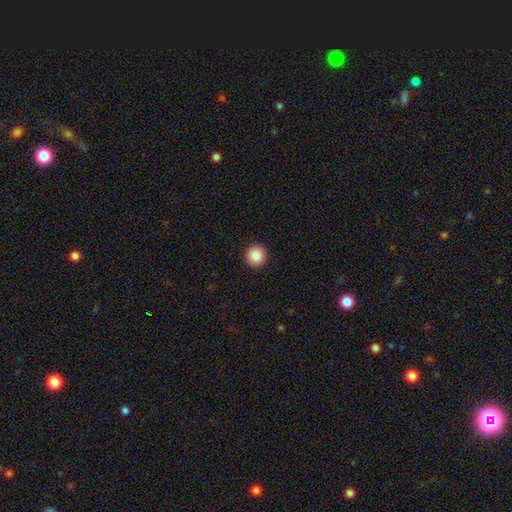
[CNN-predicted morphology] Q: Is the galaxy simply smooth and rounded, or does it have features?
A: smooth — 87%.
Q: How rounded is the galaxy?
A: round — 94%.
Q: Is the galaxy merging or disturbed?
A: none — 93%.